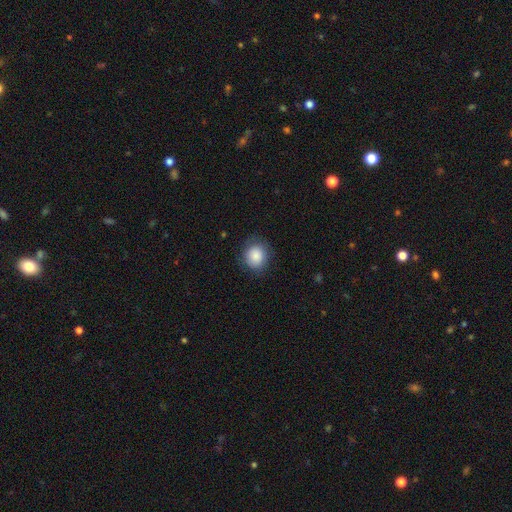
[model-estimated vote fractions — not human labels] Smooth or featured?
  - smooth: 86% *
  - star or artifact: 8%
  - featured or disk: 6%
How rounded?
  - round: 79% *
  - in between: 20%
  - cigar-shaped: 1%
Merging?
  - none: 81% *
  - minor disturbance: 13%
  - major disturbance: 4%
  - merger: 1%